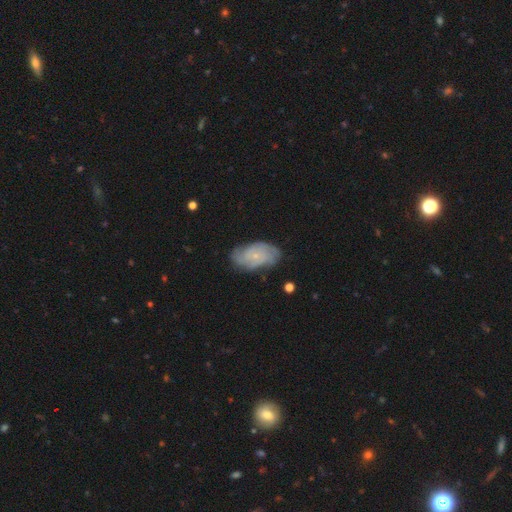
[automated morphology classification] The model was most divided on "spiral arm count": can't tell: 38%, 2: 20%, 3: 18%, 4: 15%, more than 4: 5%, 1: 5%. More confident: edge-on disk — no (96%); spiral arms — yes (91%); bulge size — small (81%); bar — no (77%); merging — none (74%); smooth or featured — featured or disk (69%); spiral winding — tight (57%).